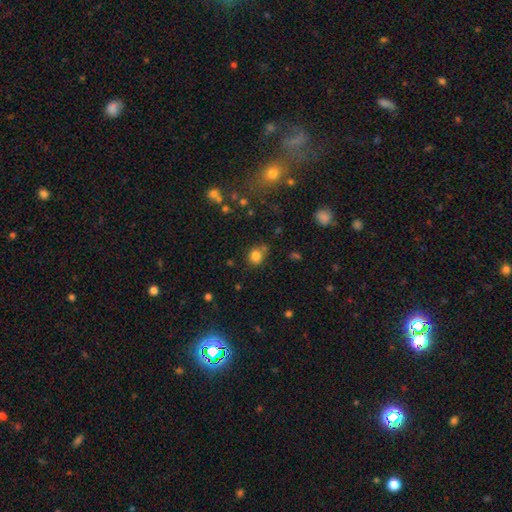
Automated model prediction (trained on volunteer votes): Smooth or featured? smooth (81%)
How rounded? round (75%)
Merging? none (66%)